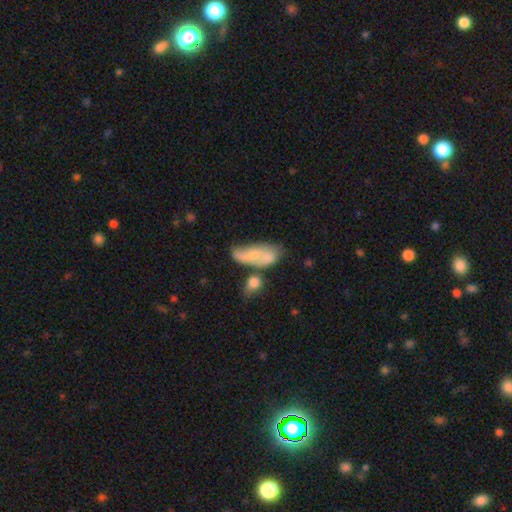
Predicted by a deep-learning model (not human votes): Smooth or featured?
  - smooth: 56% *
  - featured or disk: 36%
  - star or artifact: 8%
How rounded?
  - in between: 78% *
  - cigar-shaped: 17%
  - round: 5%
Merging?
  - merger: 37% *
  - none: 28%
  - minor disturbance: 21%
  - major disturbance: 13%